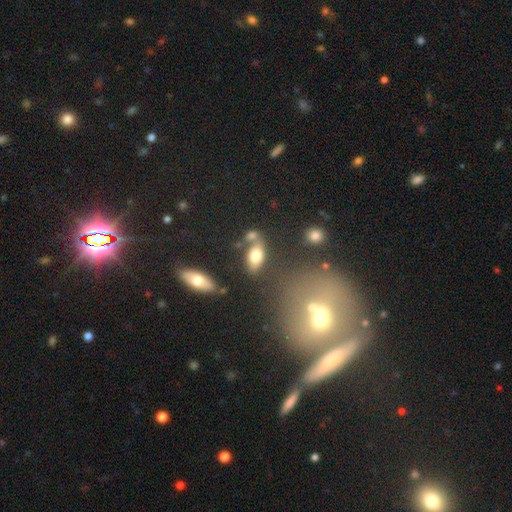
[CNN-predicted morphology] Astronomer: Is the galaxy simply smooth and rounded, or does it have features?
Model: smooth — 74%.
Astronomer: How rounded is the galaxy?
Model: in between — 89%.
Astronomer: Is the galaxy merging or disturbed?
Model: none — 50% (runner-up: merger, 28%).